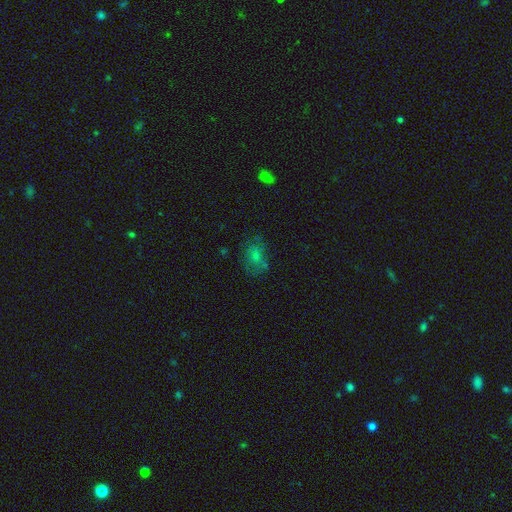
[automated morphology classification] A smooth galaxy with no disk features (46%). Merging: none (64%).